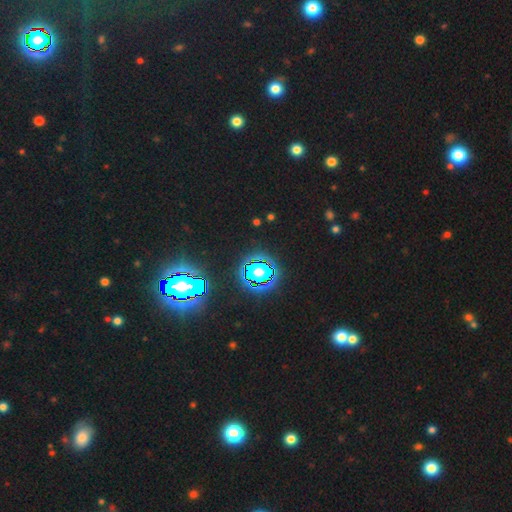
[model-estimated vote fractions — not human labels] This is clearly a star or artifact rather than a galaxy (83%).